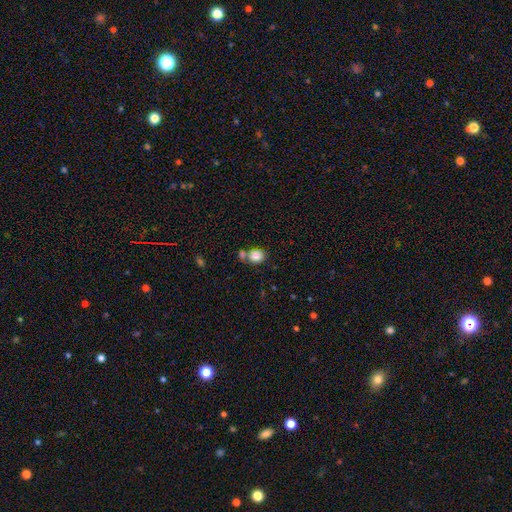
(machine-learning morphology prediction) A smooth galaxy with no disk features (84%) that is round (55%).

Vote fractions:
- Smooth or featured? smooth: 84% / star or artifact: 9% / featured or disk: 7%
- How rounded? round: 55% / in between: 44% / cigar-shaped: 1%
- Merging? none: 54% / merger: 30% / minor disturbance: 12% / major disturbance: 4%